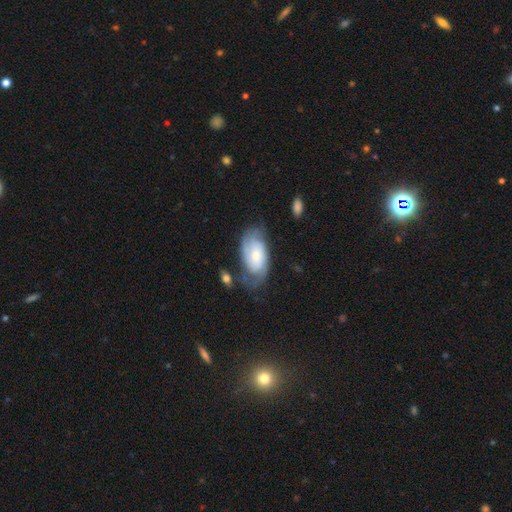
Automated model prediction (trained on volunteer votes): smooth_or_featured: featured or disk (p=0.63) [alt: smooth p=0.31]
disk_edge_on: no (p=0.95) [alt: yes p=0.05]
bar: no (p=0.59) [alt: weak p=0.35]
has_spiral_arms: yes (p=0.89) [alt: no p=0.11]
spiral_winding: tight (p=0.46) [alt: medium p=0.40]
spiral_arm_count: 2 (p=0.56) [alt: can't tell p=0.28]
bulge_size: moderate (p=0.43) [alt: small p=0.41]
merging: none (p=0.58) [alt: minor disturbance p=0.25]